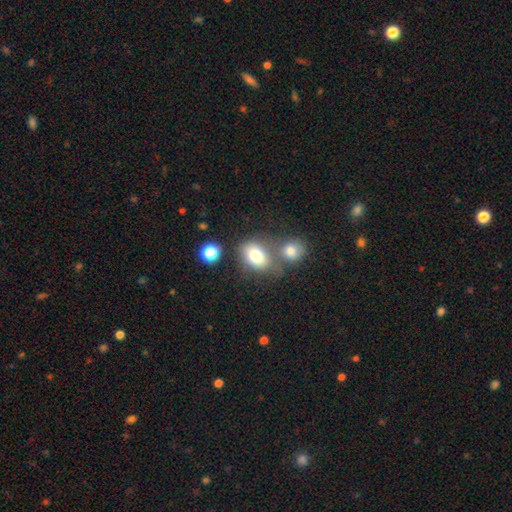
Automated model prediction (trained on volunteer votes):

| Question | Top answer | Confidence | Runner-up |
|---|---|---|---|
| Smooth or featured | smooth | 78% | featured or disk (12%) |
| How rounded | in between | 65% | round (34%) |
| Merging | none | 47% | merger (34%) |